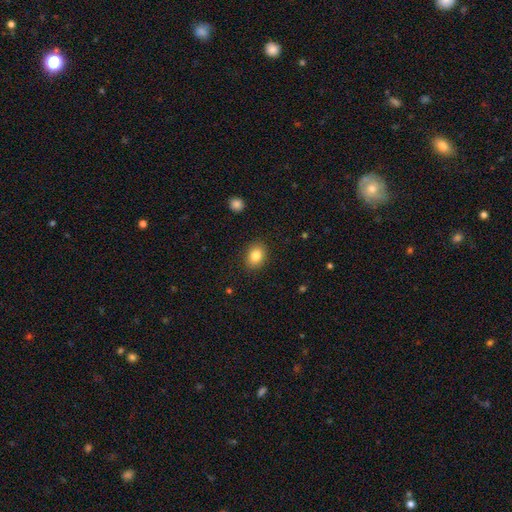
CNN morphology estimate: Smooth or featured: smooth — 84% (star or artifact — 9%)
How rounded: in between — 58% (round — 41%)
Merging: none — 88% (minor disturbance — 8%)